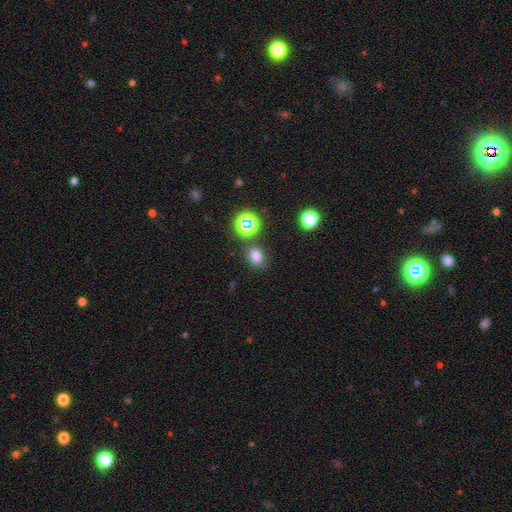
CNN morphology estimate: This appears to be a smooth galaxy with no disk features (73%) that is round (58%). Merging: none (74%).